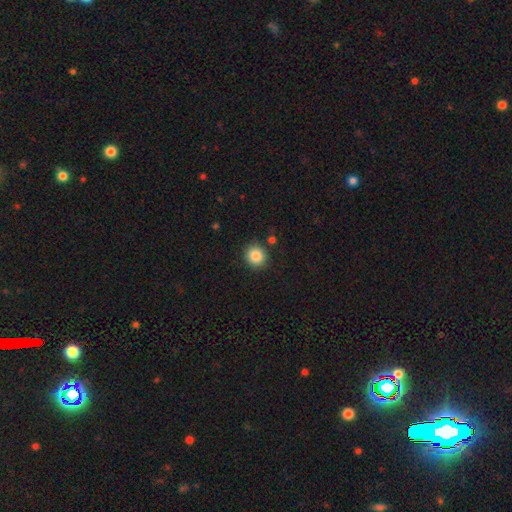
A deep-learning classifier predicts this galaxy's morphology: smooth_or_featured: smooth (p=0.85) [alt: star or artifact p=0.10]
how_rounded: round (p=0.89) [alt: in between p=0.10]
merging: none (p=0.88) [alt: minor disturbance p=0.08]